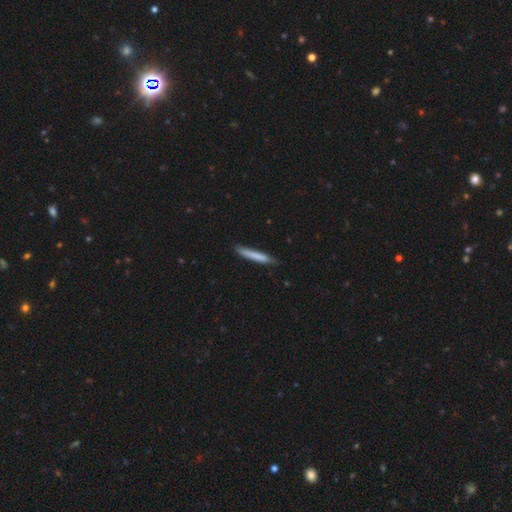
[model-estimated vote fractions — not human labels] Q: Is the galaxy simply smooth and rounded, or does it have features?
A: smooth — 76%.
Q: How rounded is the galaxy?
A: cigar-shaped — 95%.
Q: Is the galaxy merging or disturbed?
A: none — 79%.